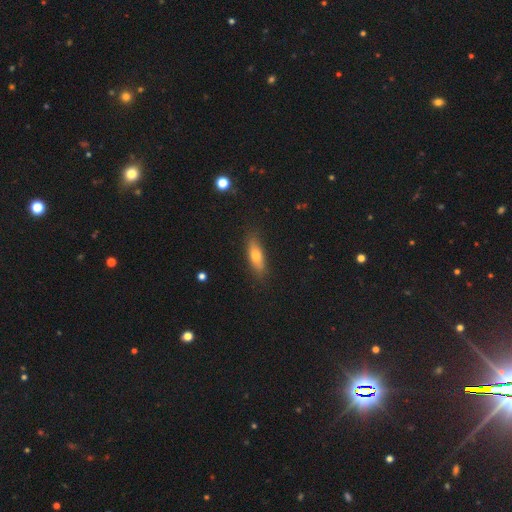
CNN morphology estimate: type=smooth (65%); roundness=in between (50%); merging=none (83%).